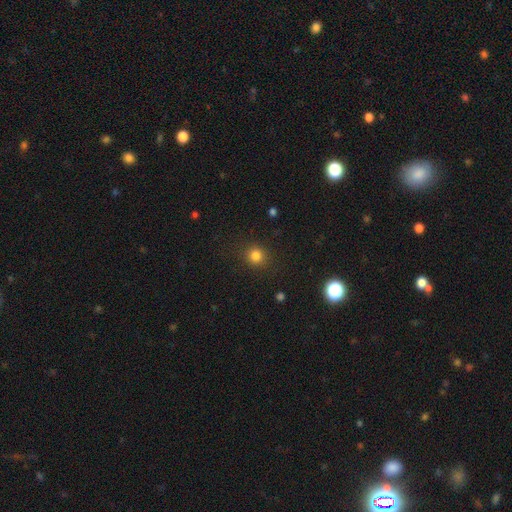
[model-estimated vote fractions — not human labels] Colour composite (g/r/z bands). It shows a smooth galaxy with no disk features (82%) that is round (87%). Merging: none (88%).